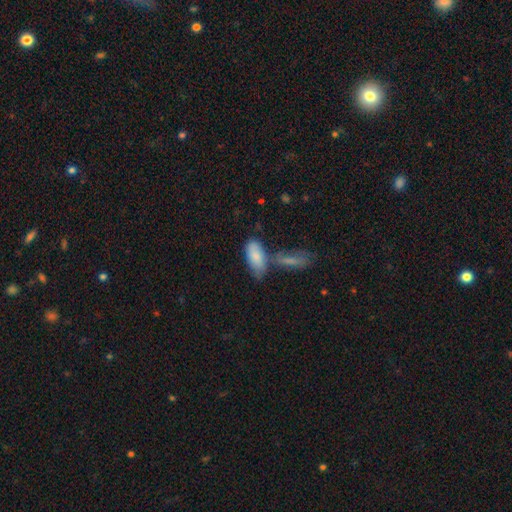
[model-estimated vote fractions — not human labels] smooth_or_featured: smooth (p=0.81) [alt: featured or disk p=0.13]
how_rounded: in between (p=0.88) [alt: cigar-shaped p=0.10]
merging: none (p=0.43) [alt: merger p=0.30]